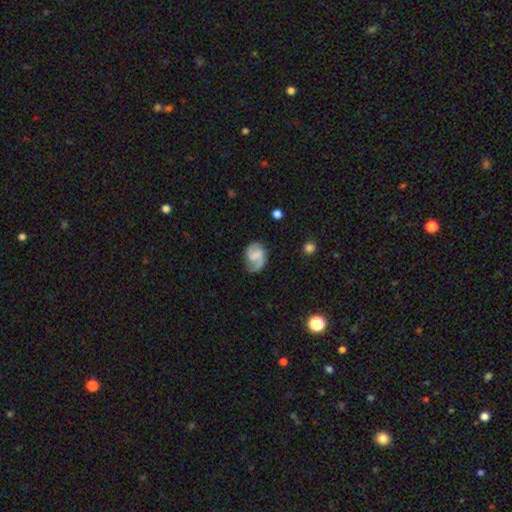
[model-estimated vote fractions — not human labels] Morphology: type=featured or disk (69%); edge-on=no (98%); bar=weak (52%); spiral arms=yes (93%); winding=medium (47%); arm count=2 (79%); bulge=none (49%); merging=none (69%).